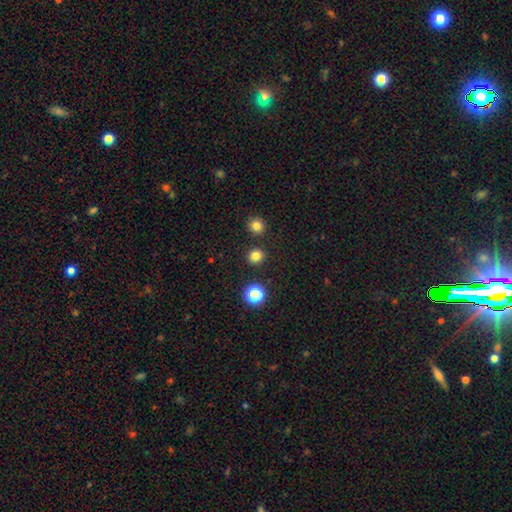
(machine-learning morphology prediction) A smooth galaxy with no disk features (80%) that is round (87%). Merging: none (88%).